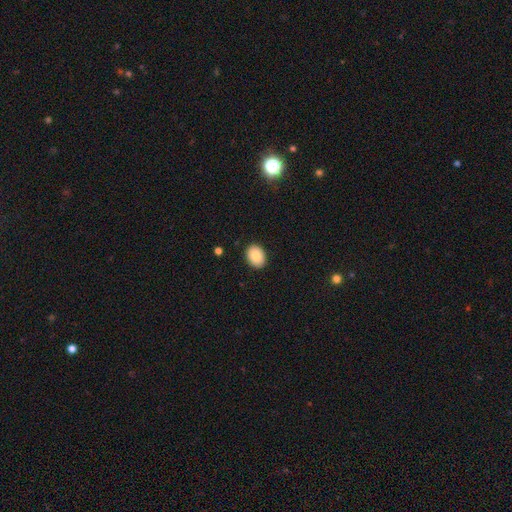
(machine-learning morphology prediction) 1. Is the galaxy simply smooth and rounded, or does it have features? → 85% smooth, 8% star or artifact, 7% featured or disk.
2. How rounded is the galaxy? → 68% in between, 31% round, 1% cigar-shaped.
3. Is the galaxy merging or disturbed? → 90% none, 7% minor disturbance, 2% major disturbance, 1% merger.